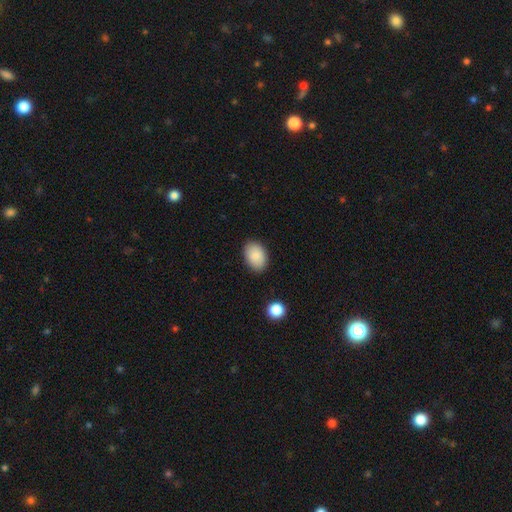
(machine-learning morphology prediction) A smooth galaxy with no disk features (89%) that is in between round and cigar-shaped (86%).

Vote fractions:
- Smooth or featured? smooth: 89% / star or artifact: 6% / featured or disk: 5%
- How rounded? in between: 86% / round: 13% / cigar-shaped: 1%
- Merging? none: 87% / minor disturbance: 10% / major disturbance: 2% / merger: 1%